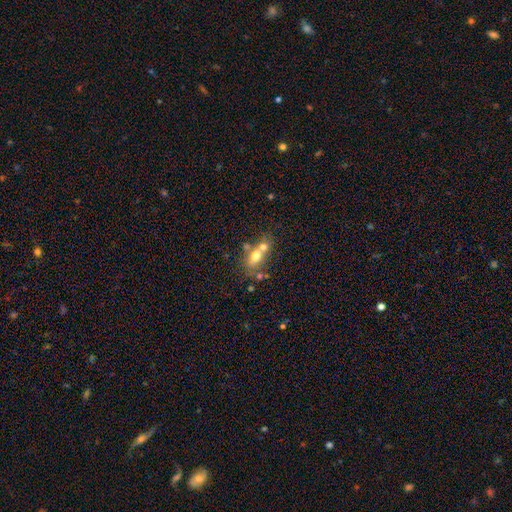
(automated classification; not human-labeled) Q: Smooth or featured?
A: smooth (62%); runner-up: featured or disk (27%)
Q: How rounded?
A: in between (65%); runner-up: round (26%)
Q: Merging?
A: merger (50%); runner-up: none (34%)